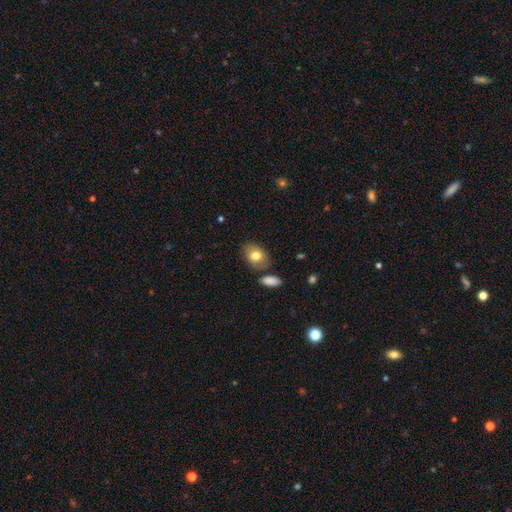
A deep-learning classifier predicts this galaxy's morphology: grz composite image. It shows a smooth galaxy with no disk features (79%) that is in between round and cigar-shaped (75%). Merging: none (78%).